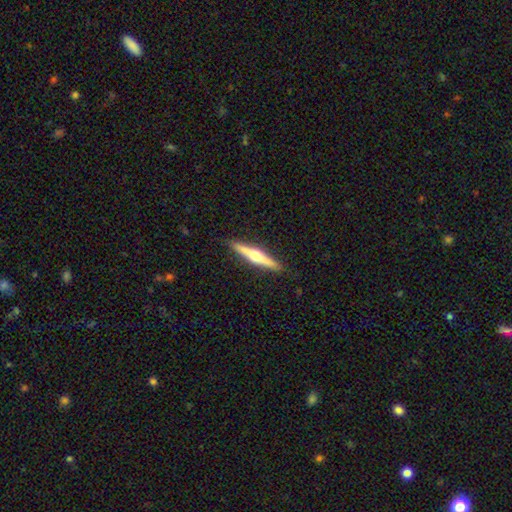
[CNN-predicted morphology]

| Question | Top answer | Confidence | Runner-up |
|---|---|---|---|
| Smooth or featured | featured or disk | 68% | smooth (27%) |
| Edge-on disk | yes | 98% | no (2%) |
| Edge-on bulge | rounded | 93% | none (4%) |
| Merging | none | 91% | minor disturbance (7%) |